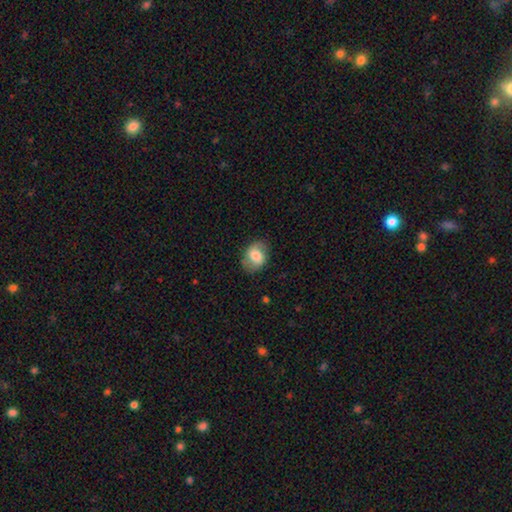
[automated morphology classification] This appears to be a smooth galaxy with no disk features (66%) that is in between round and cigar-shaped (61%). Merging: none (78%).